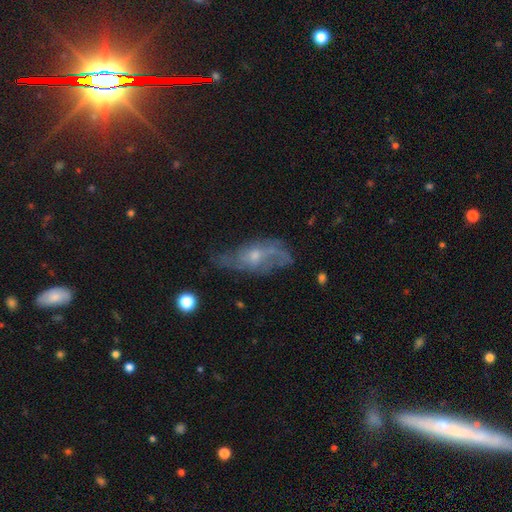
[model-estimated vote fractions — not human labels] This appears to be a featured or disk galaxy (66%) with no bar (70%), spiral arms (74%) and a small central bulge (52%). Merging: none (50%).